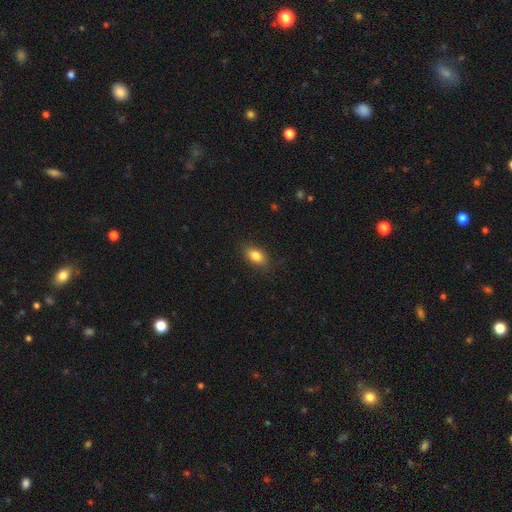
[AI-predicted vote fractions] Q: Smooth or featured?
A: smooth (83%); runner-up: featured or disk (9%)
Q: How rounded?
A: in between (87%); runner-up: round (8%)
Q: Merging?
A: none (85%); runner-up: minor disturbance (12%)